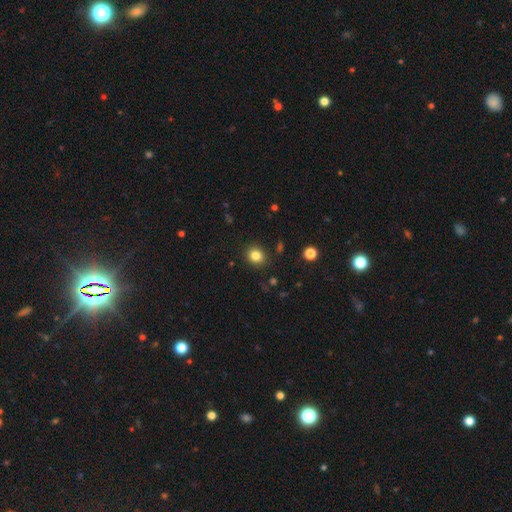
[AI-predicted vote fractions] A smooth galaxy with no disk features (84%) that is round (73%).

Vote fractions:
- Smooth or featured? smooth: 84% / star or artifact: 11% / featured or disk: 5%
- How rounded? round: 73% / in between: 26% / cigar-shaped: 1%
- Merging? none: 87% / minor disturbance: 9% / major disturbance: 3% / merger: 2%